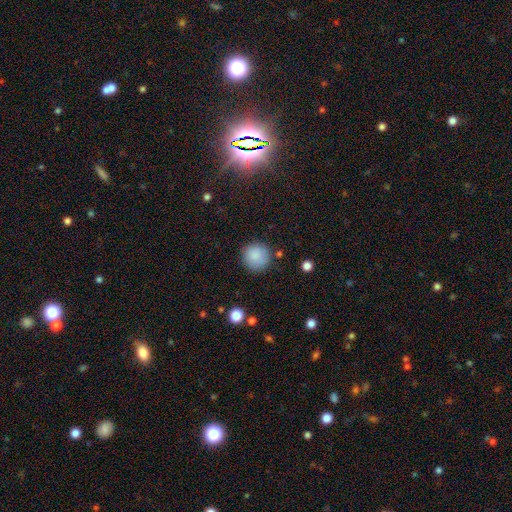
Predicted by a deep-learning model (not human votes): smooth-or-featured: smooth: 87% | star or artifact: 9% | featured or disk: 4%
  how-rounded: round: 94% | in between: 5% | cigar-shaped: 1%
  merging: none: 85% | minor disturbance: 10% | major disturbance: 3% | merger: 2%